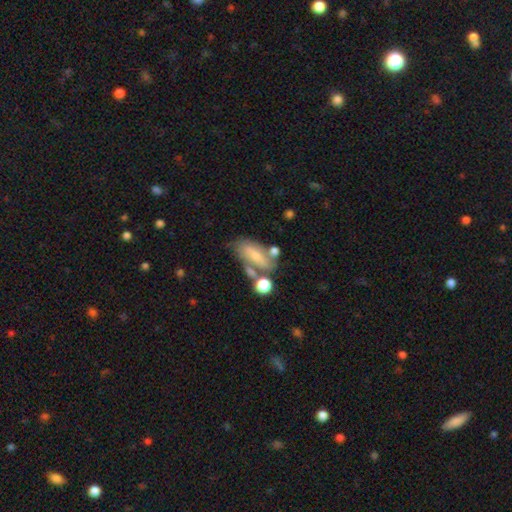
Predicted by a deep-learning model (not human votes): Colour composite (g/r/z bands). It shows a smooth galaxy with no disk features (57%) that is in between round and cigar-shaped (74%). Merging: none (46%).